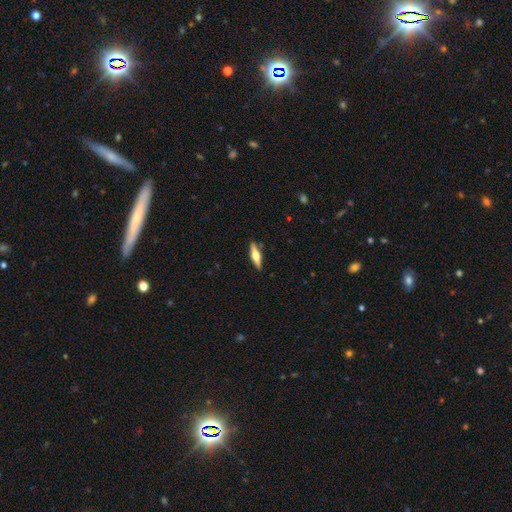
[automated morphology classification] The model was most divided on "smooth or featured": featured or disk: 56%, smooth: 38%, star or artifact: 6%. More confident: edge-on disk — yes (96%); edge-on bulge — rounded (91%); merging — none (89%).